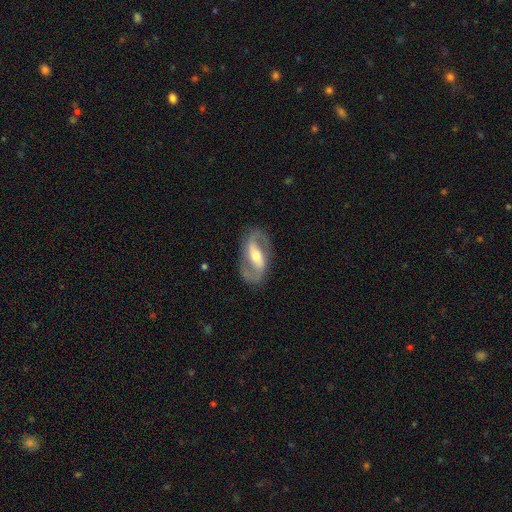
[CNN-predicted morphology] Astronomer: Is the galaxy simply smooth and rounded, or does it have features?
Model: featured or disk — 86%.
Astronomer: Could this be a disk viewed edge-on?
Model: no — 96%.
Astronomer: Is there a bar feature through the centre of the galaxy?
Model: strong — 49% (runner-up: weak, 34%).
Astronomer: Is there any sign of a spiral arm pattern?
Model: yes — 91%.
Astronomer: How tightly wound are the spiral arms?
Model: medium — 49% (runner-up: loose, 34%).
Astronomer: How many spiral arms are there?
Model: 2 — 92%.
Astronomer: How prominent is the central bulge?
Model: moderate — 62%.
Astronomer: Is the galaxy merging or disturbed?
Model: none — 83%.